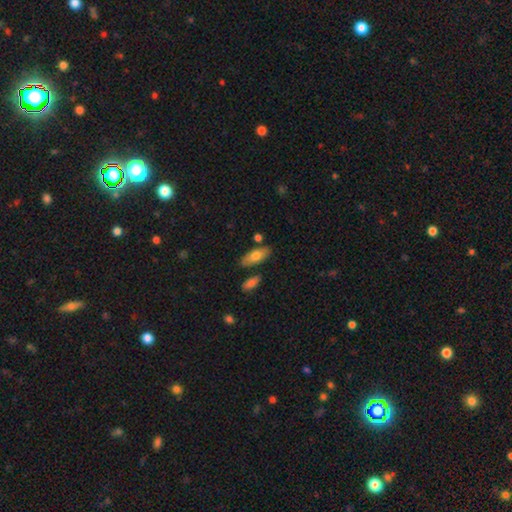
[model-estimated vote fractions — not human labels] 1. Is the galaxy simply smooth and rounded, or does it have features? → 73% smooth, 21% featured or disk, 6% star or artifact.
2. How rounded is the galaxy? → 80% in between, 18% cigar-shaped, 3% round.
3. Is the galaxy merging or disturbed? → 77% none, 13% minor disturbance, 7% merger, 3% major disturbance.